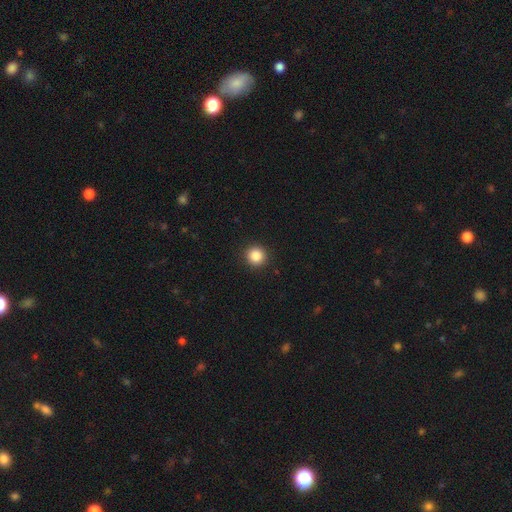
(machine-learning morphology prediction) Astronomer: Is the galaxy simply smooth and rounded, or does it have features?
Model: smooth — 86%.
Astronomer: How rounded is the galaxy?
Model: round — 94%.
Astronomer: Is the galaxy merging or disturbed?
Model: none — 93%.